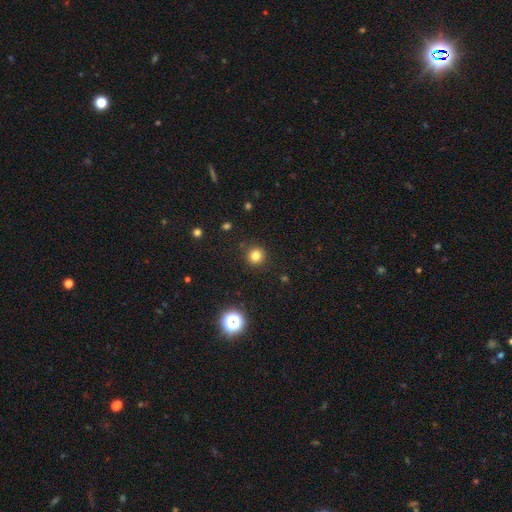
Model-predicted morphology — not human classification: This appears to be a smooth galaxy with no disk features (80%) that is round (94%). Merging: none (91%).